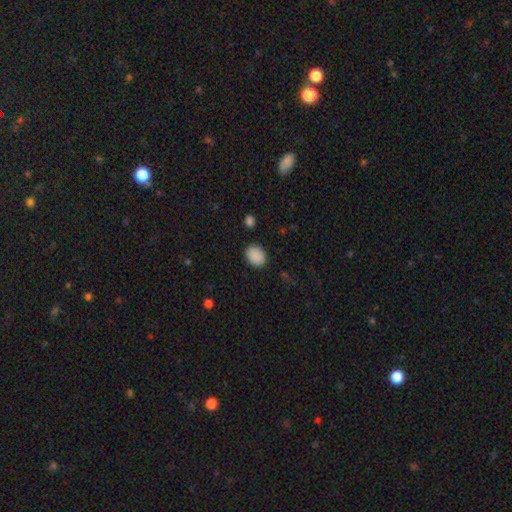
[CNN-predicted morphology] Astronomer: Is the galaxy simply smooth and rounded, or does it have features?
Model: smooth — 89%.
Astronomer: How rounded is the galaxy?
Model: in between — 63%.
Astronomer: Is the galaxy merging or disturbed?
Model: none — 86%.